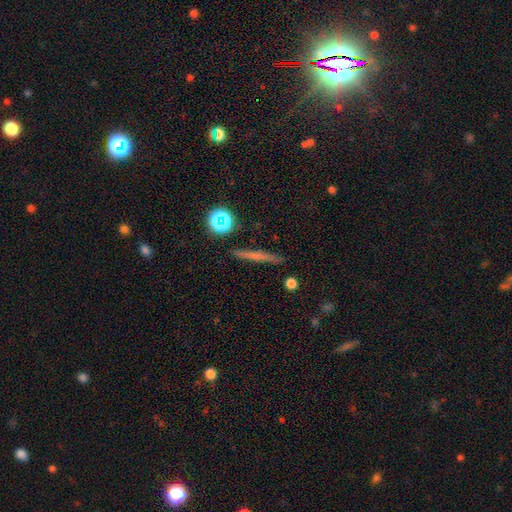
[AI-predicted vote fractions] Overall: smooth (48%; featured or disk 38%). Merging: none (88%).